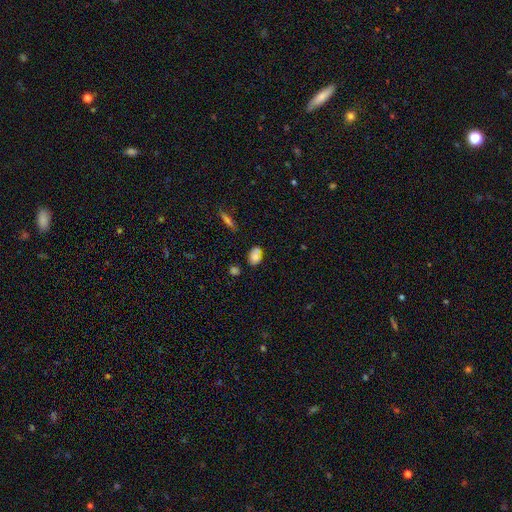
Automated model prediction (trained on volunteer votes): The model was most divided on "merging": none: 60%, minor disturbance: 22%, merger: 13%, major disturbance: 6%. More confident: how rounded — in between (85%); smooth or featured — smooth (77%).